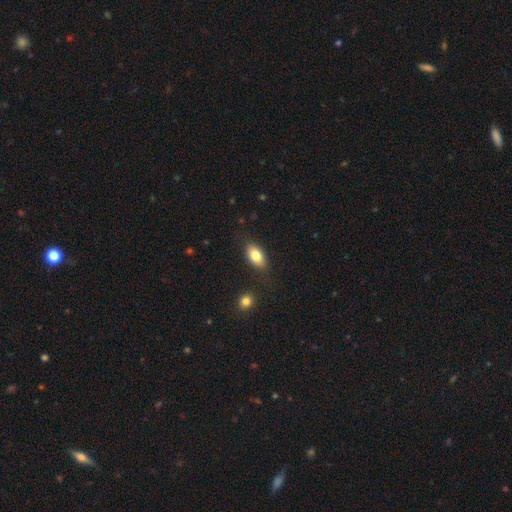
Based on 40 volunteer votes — This is clearly a smooth galaxy (82%). How rounded: clearly in between (97%). Merging: likely none (77%).